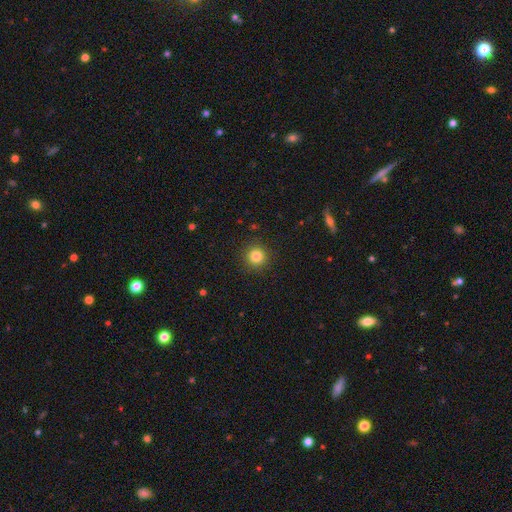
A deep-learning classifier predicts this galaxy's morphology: Smooth or featured? smooth (83%)
How rounded? round (94%)
Merging? none (91%)